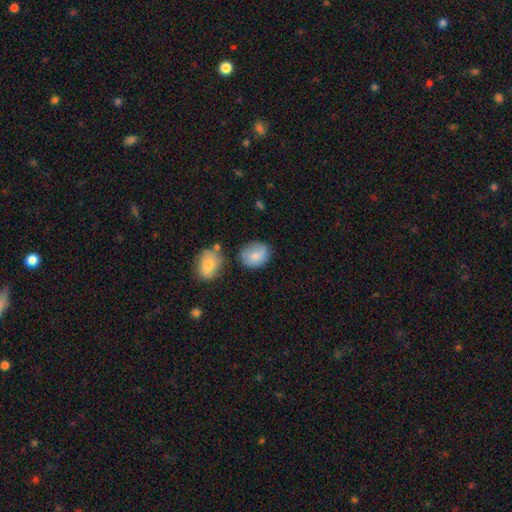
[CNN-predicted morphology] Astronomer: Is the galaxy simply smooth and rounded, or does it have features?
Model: smooth — 81%.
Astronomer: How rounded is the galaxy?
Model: round — 57% (runner-up: in between, 42%).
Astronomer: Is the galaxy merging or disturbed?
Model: none — 61%.